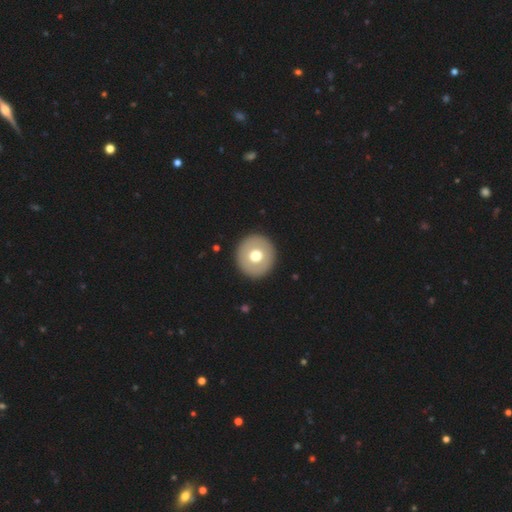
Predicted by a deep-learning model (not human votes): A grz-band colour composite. It shows a smooth galaxy with no disk features (66%) that is round (94%). Merging: none (93%).